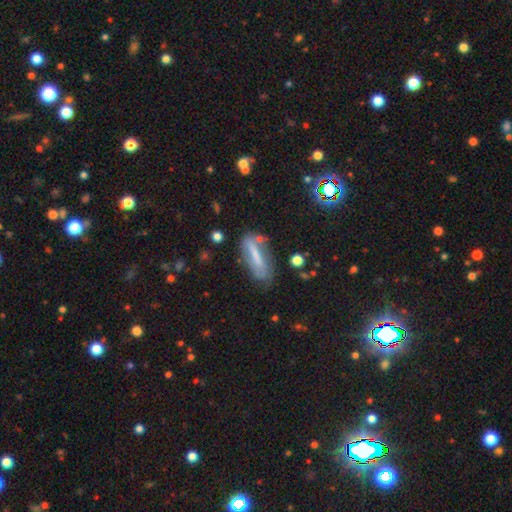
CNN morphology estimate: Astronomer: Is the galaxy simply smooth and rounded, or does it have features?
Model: smooth — 50% (runner-up: featured or disk, 39%).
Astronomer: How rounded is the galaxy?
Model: cigar-shaped — 58% (runner-up: in between, 40%).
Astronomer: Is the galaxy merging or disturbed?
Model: none — 63%.